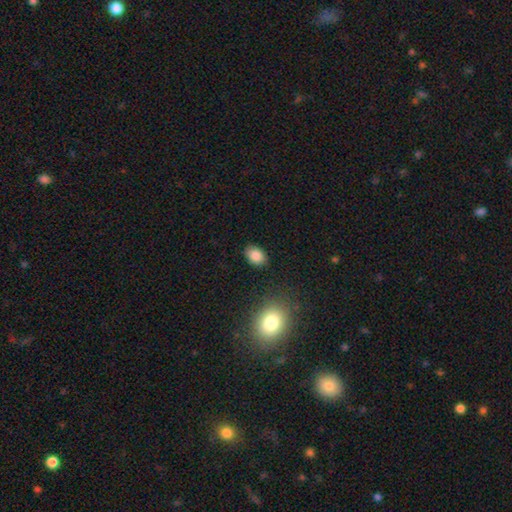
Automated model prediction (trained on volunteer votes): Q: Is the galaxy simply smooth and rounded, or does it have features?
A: smooth — 85%.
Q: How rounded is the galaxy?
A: in between — 78%.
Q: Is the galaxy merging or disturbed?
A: none — 86%.